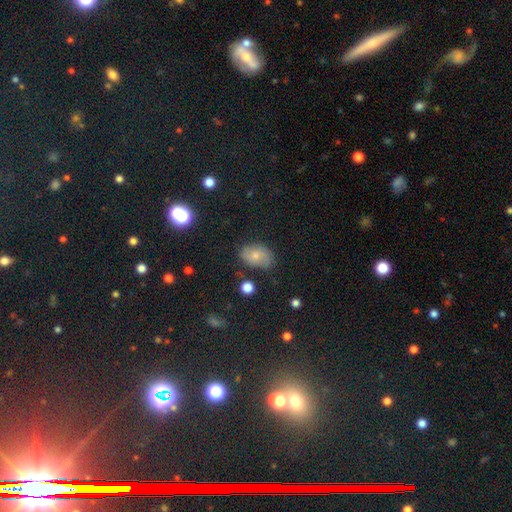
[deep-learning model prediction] Smooth or featured?
  - smooth: 66% *
  - featured or disk: 22%
  - star or artifact: 12%
How rounded?
  - in between: 80% *
  - round: 19%
  - cigar-shaped: 1%
Merging?
  - none: 70% *
  - minor disturbance: 22%
  - major disturbance: 6%
  - merger: 2%